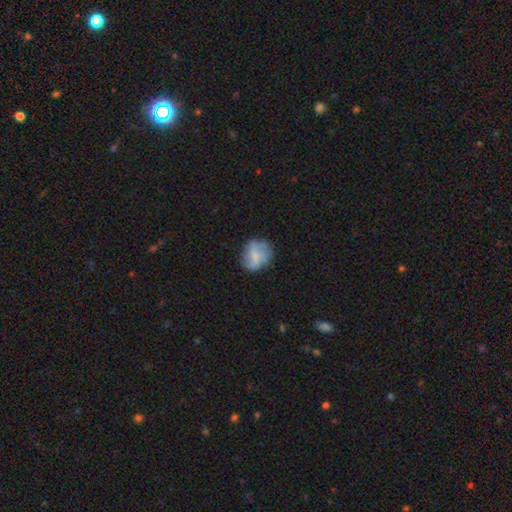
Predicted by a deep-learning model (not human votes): Smooth or featured? smooth (58%)
How rounded? round (65%)
Merging? none (67%)